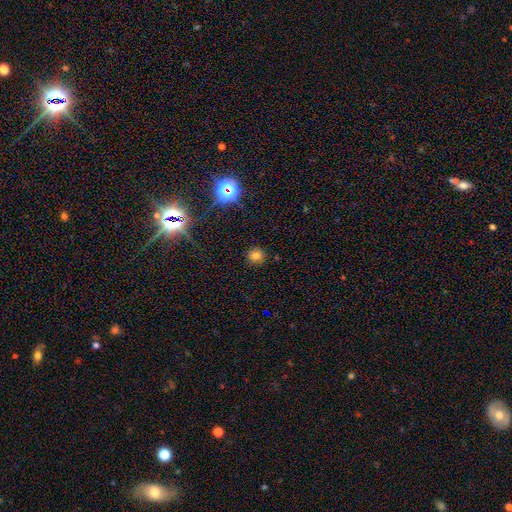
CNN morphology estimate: The model was most divided on "smooth or featured": smooth: 73%, star or artifact: 19%, featured or disk: 8%. More confident: merging — none (89%); how rounded — round (88%).